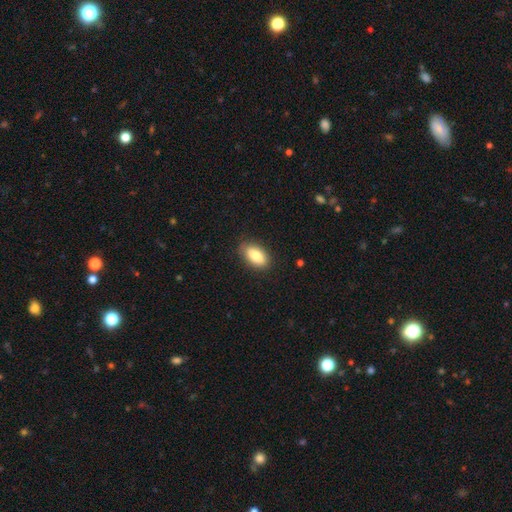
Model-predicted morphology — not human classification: Smooth or featured?
  - smooth: 83% *
  - featured or disk: 10%
  - star or artifact: 7%
How rounded?
  - in between: 89% *
  - cigar-shaped: 7%
  - round: 4%
Merging?
  - none: 84% *
  - minor disturbance: 12%
  - major disturbance: 3%
  - merger: 1%